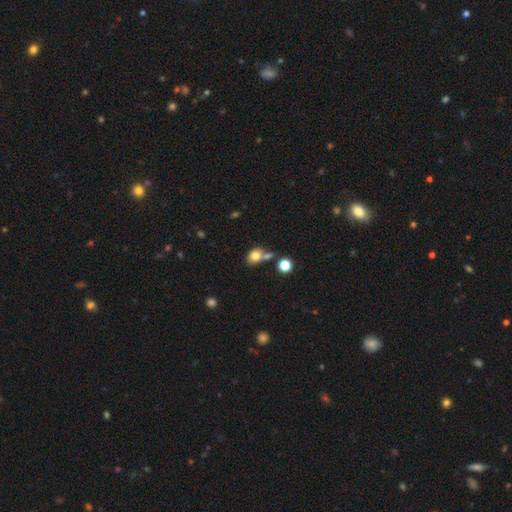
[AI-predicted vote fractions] smooth_or_featured: smooth (p=0.78) [alt: star or artifact p=0.11]
how_rounded: round (p=0.51) [alt: in between p=0.48]
merging: none (p=0.48) [alt: merger p=0.32]